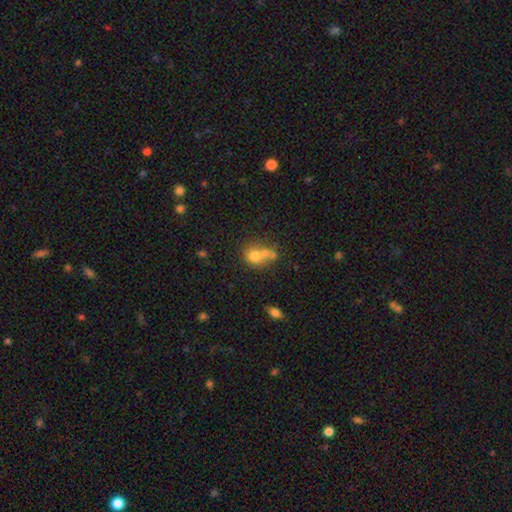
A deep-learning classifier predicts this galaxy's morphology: Smooth or featured?
  - smooth: 69% *
  - featured or disk: 18%
  - star or artifact: 14%
How rounded?
  - round: 69% *
  - in between: 30%
  - cigar-shaped: 1%
Merging?
  - merger: 52% *
  - none: 34%
  - minor disturbance: 10%
  - major disturbance: 5%